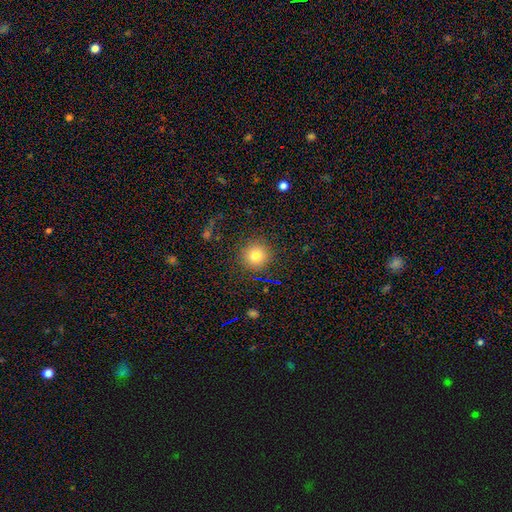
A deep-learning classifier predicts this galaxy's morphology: Q: Smooth or featured?
A: smooth (79%); runner-up: star or artifact (14%)
Q: How rounded?
A: round (94%); runner-up: in between (5%)
Q: Merging?
A: none (88%); runner-up: minor disturbance (7%)